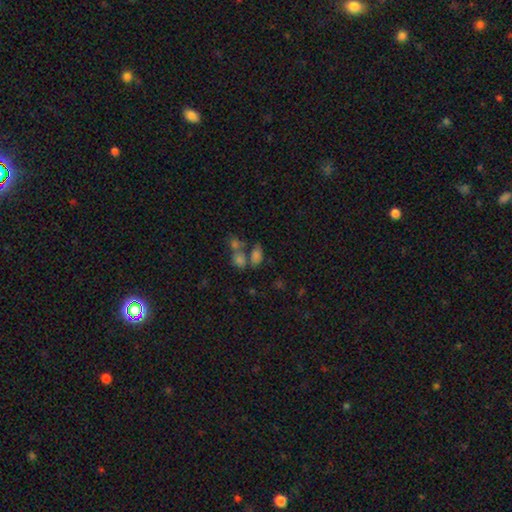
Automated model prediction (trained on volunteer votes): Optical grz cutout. It shows a smooth galaxy with no disk features (69%) that is in between round and cigar-shaped (84%). Merging: merger (43%).